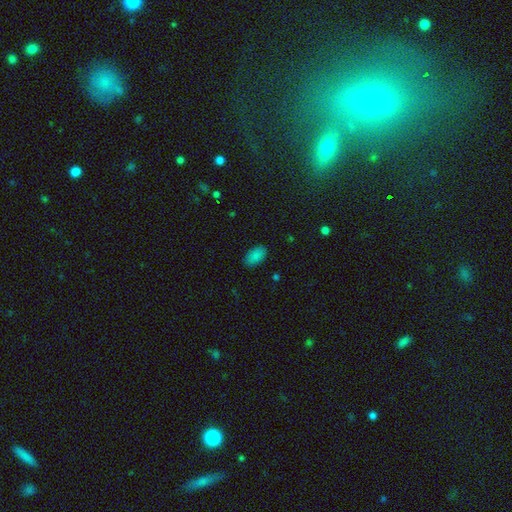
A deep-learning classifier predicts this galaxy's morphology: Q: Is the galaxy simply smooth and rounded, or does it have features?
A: smooth — 86%.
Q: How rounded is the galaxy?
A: in between — 93%.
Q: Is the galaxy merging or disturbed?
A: none — 87%.